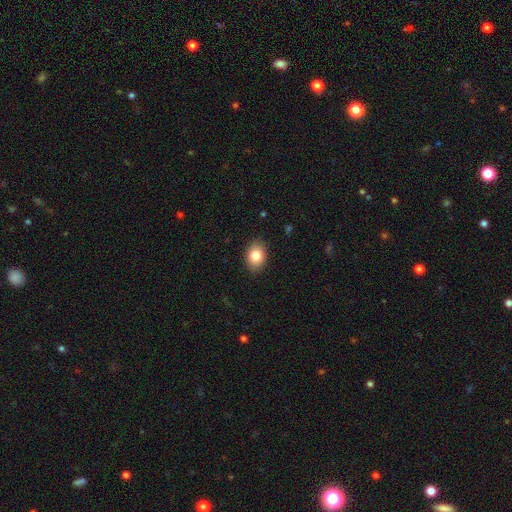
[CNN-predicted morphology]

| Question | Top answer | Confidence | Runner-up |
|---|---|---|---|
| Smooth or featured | smooth | 84% | star or artifact (8%) |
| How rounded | in between | 77% | round (22%) |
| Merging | none | 89% | minor disturbance (9%) |